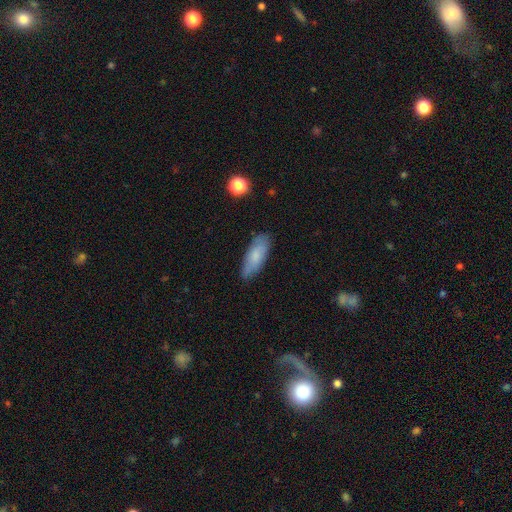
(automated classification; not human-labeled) The model was most divided on "how rounded": in between: 71%, cigar-shaped: 27%, round: 2%. More confident: merging — none (80%); smooth or featured — smooth (74%).